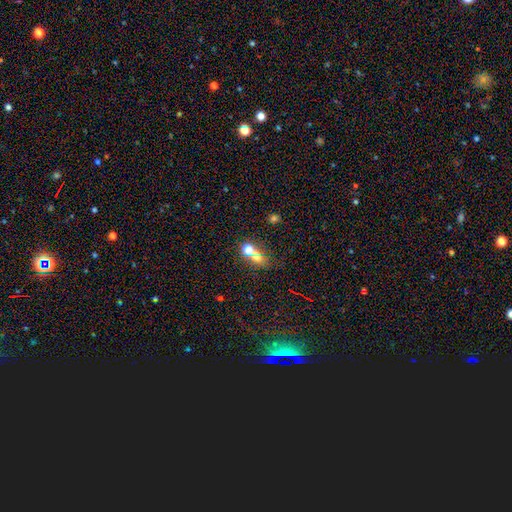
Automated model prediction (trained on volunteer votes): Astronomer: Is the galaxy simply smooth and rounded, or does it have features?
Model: smooth — 63%.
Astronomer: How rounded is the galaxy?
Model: round — 59% (runner-up: in between, 38%).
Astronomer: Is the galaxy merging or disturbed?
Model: merger — 58%.